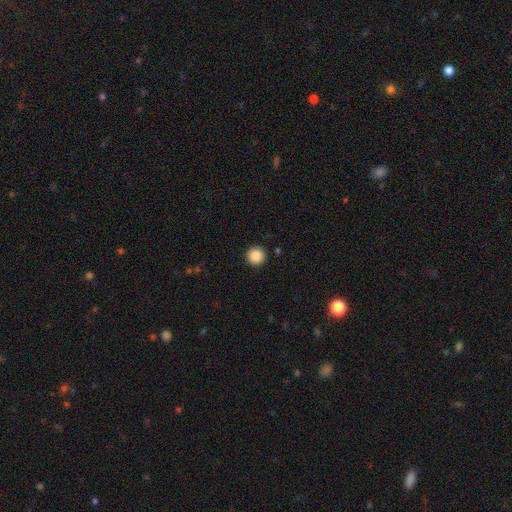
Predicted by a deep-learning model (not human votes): Smooth or featured? Predicted: smooth (p=0.87). How rounded? Predicted: round (p=0.96). Merging? Predicted: none (p=0.93).